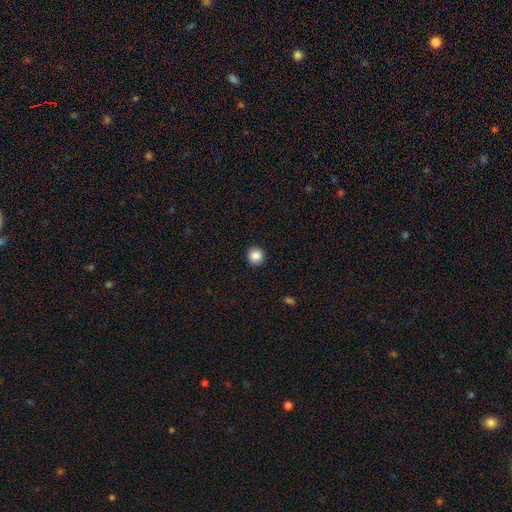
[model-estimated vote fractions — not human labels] smooth-or-featured: smooth: 87% | star or artifact: 10% | featured or disk: 3%
  how-rounded: round: 95% | in between: 4% | cigar-shaped: 1%
  merging: none: 93% | minor disturbance: 5% | major disturbance: 2% | merger: 1%